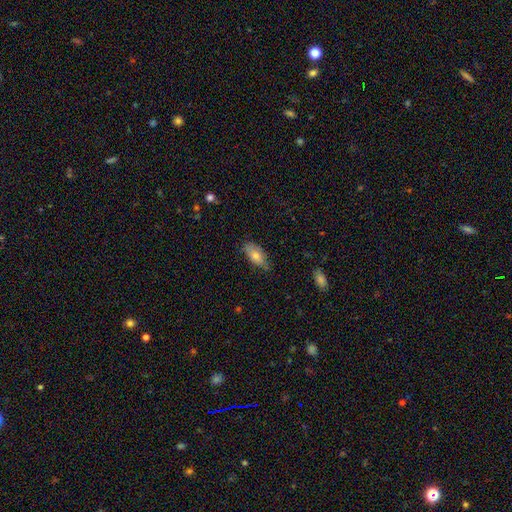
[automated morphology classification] Smooth or featured: smooth — 73% (featured or disk — 20%)
How rounded: in between — 89% (cigar-shaped — 8%)
Merging: none — 69% (minor disturbance — 25%)